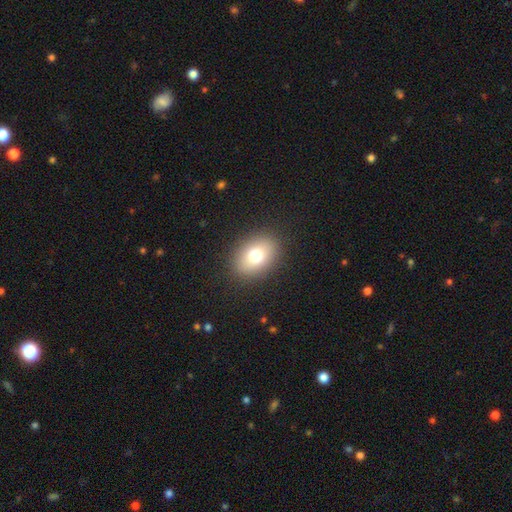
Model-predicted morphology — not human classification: A smooth galaxy with no disk features (77%) that is in between round and cigar-shaped (74%). Merging: none (88%).